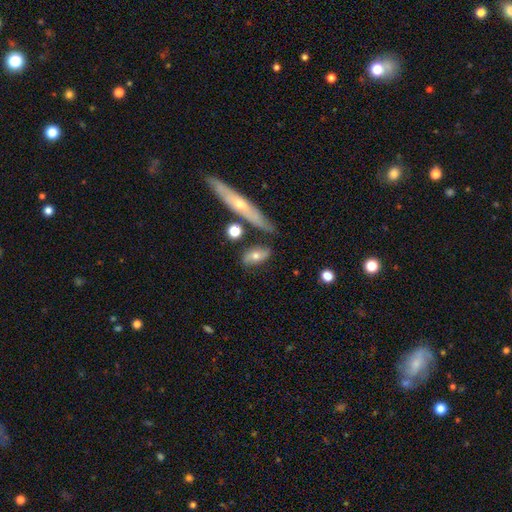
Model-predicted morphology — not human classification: type=smooth (51%); roundness=in between (72%); merging=none (63%).